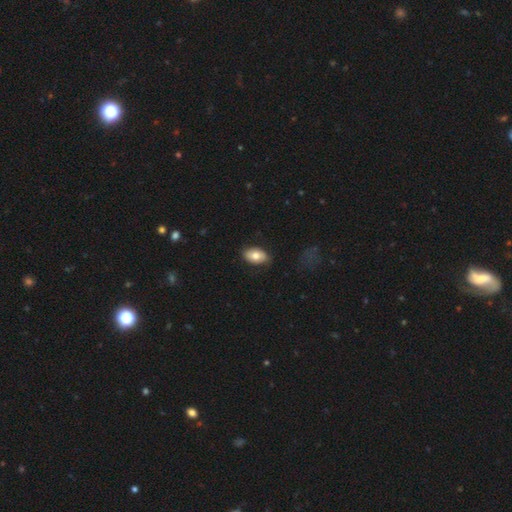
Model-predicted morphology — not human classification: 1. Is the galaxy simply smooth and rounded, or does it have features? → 76% smooth, 17% featured or disk, 7% star or artifact.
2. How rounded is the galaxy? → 92% in between, 6% round, 1% cigar-shaped.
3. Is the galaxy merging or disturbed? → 83% none, 13% minor disturbance, 3% major disturbance, 1% merger.